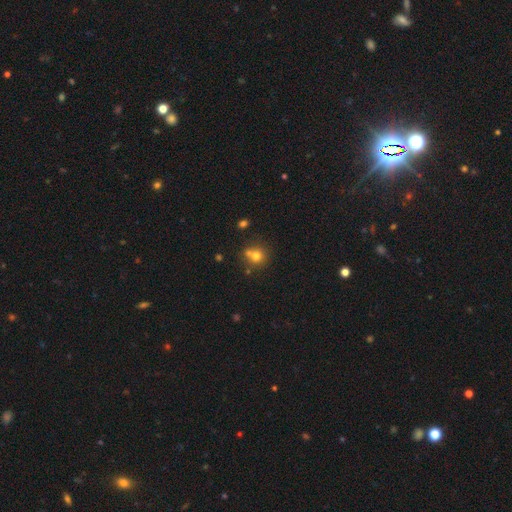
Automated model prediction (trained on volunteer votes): smooth-or-featured: smooth: 73% | star or artifact: 15% | featured or disk: 12%
  how-rounded: round: 86% | in between: 13% | cigar-shaped: 1%
  merging: none: 56% | merger: 29% | minor disturbance: 11% | major disturbance: 4%